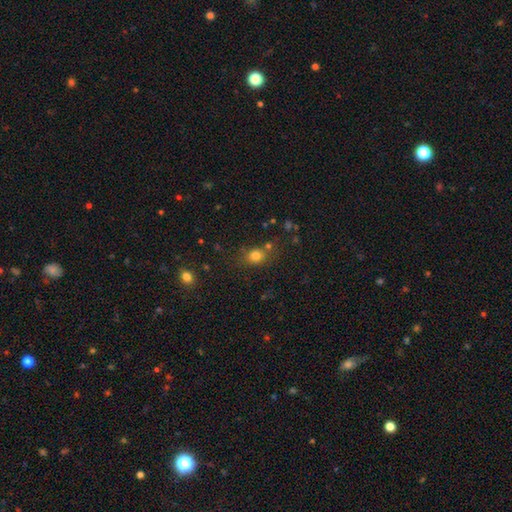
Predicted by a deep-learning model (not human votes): smooth_or_featured: smooth (p=0.76) [alt: star or artifact p=0.16]
how_rounded: round (p=0.67) [alt: in between p=0.31]
merging: none (p=0.68) [alt: minor disturbance p=0.14]